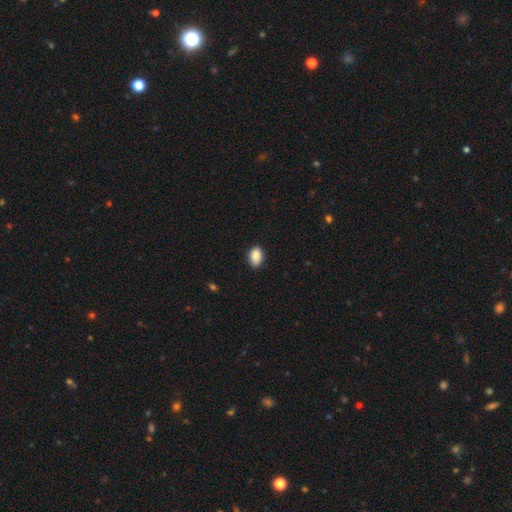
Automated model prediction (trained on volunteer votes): Smooth or featured? smooth (89%)
How rounded? in between (87%)
Merging? none (85%)